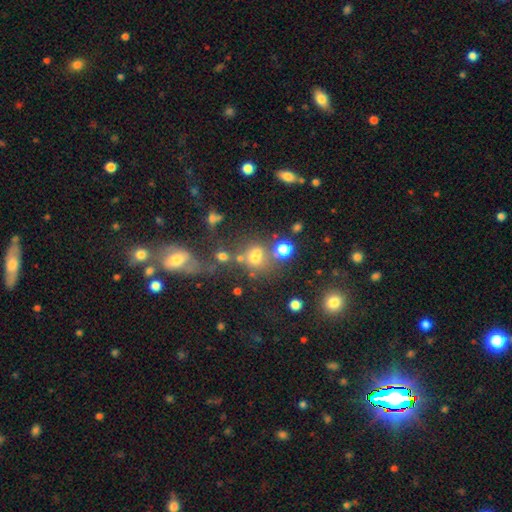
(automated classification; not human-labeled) smooth_or_featured: smooth (p=0.60) [alt: star or artifact p=0.24]
how_rounded: round (p=0.61) [alt: in between p=0.37]
merging: none (p=0.42) [alt: merger p=0.34]